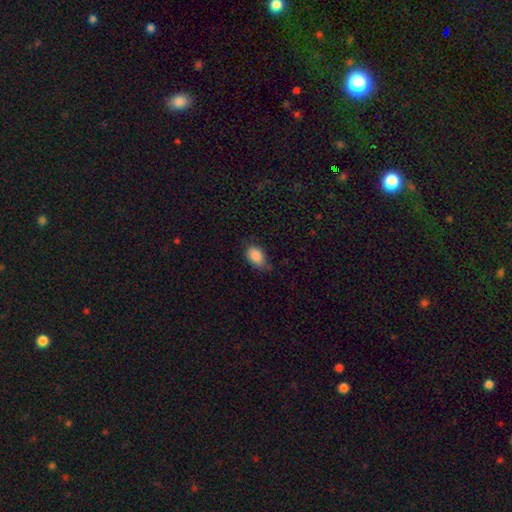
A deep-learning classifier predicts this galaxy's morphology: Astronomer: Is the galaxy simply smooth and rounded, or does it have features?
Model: smooth — 89%.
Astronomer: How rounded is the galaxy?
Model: in between — 87%.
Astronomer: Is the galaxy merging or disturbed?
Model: none — 67%.